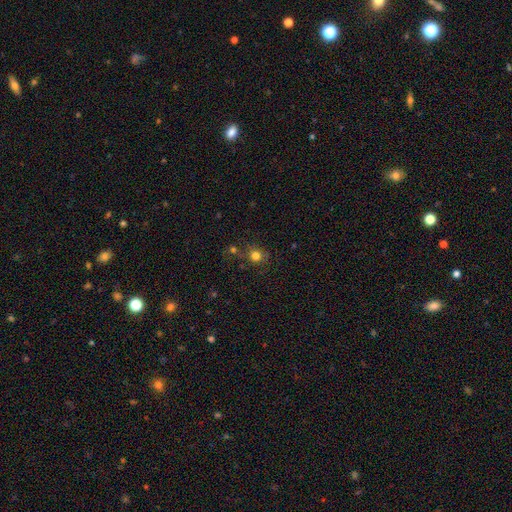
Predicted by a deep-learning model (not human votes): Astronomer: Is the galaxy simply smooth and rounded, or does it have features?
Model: smooth — 75%.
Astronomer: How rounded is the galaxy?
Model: round — 82%.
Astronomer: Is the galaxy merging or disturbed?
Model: none — 65%.